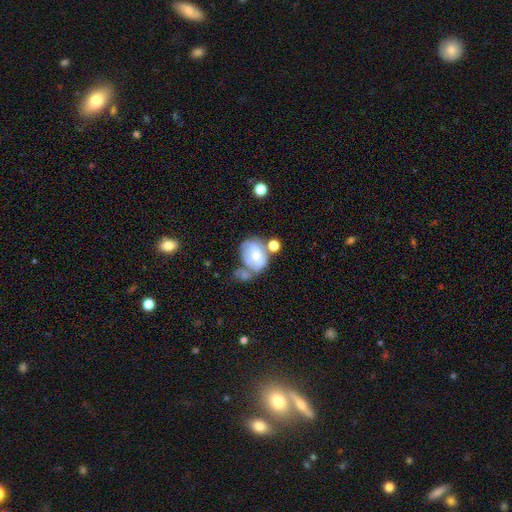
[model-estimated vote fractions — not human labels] Smooth or featured?
  - featured or disk: 48% *
  - smooth: 43%
  - star or artifact: 9%
Merging?
  - merger: 34% *
  - none: 27%
  - minor disturbance: 21%
  - major disturbance: 18%